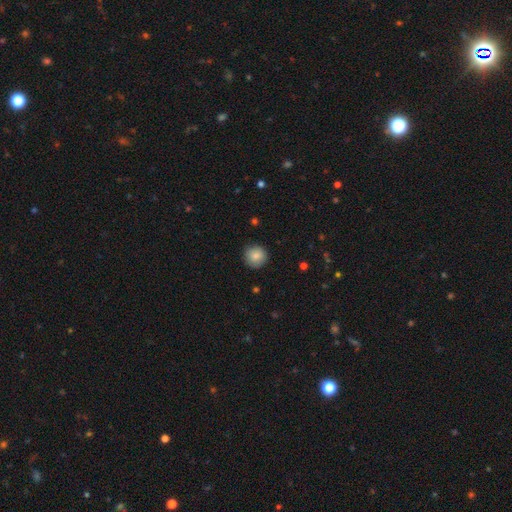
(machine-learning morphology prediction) smooth-or-featured: smooth: 85% | star or artifact: 8% | featured or disk: 7%
  how-rounded: round: 94% | in between: 5% | cigar-shaped: 1%
  merging: none: 90% | minor disturbance: 7% | major disturbance: 2% | merger: 1%